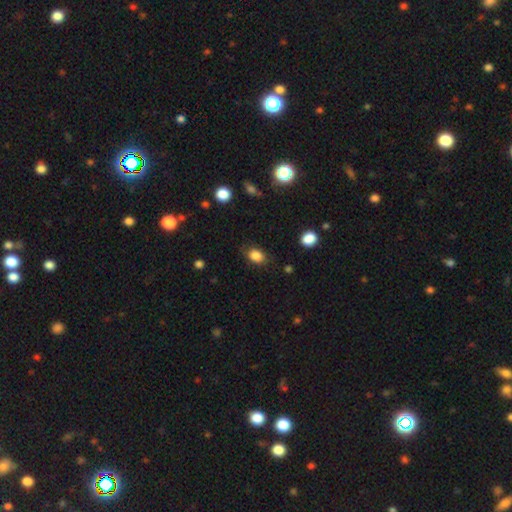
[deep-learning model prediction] smooth 85%, star or artifact 9%, featured or disk 5%. Down the decision tree: how rounded — in between (73%); merging — none (77%).